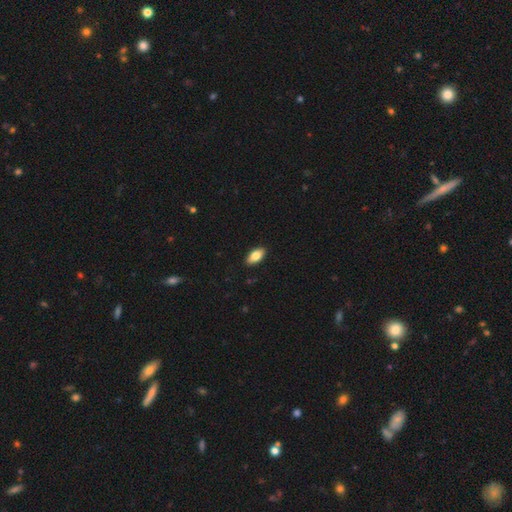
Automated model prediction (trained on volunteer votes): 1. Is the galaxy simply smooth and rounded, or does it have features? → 81% smooth, 12% featured or disk, 7% star or artifact.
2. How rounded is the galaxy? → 91% in between, 6% cigar-shaped, 3% round.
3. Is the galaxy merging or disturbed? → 89% none, 8% minor disturbance, 2% major disturbance, 1% merger.